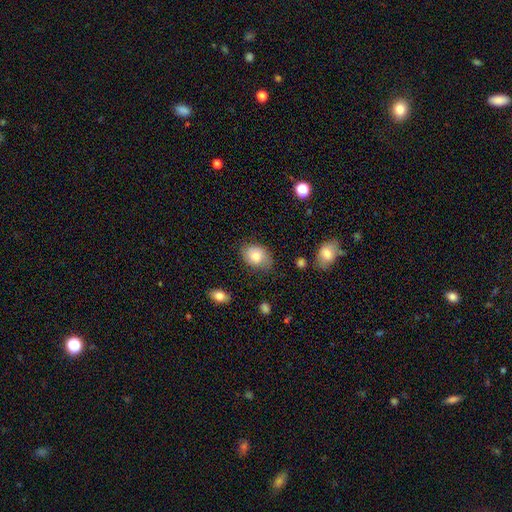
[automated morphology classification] Smooth or featured? smooth (74%)
How rounded? in between (71%)
Merging? none (69%)